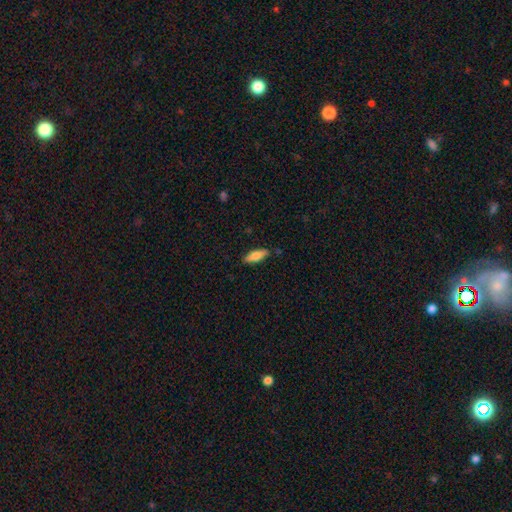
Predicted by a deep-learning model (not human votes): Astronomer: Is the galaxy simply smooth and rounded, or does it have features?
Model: smooth — 75%.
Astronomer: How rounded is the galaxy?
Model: in between — 59% (runner-up: cigar-shaped, 39%).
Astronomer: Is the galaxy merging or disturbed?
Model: none — 84%.